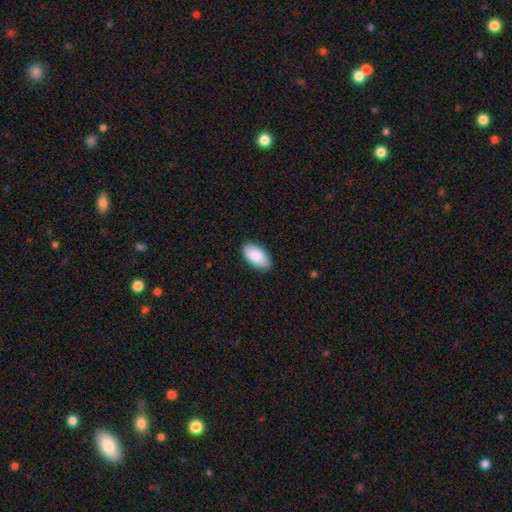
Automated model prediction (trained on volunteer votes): A smooth galaxy with no disk features (88%) that is in between round and cigar-shaped (96%). Merging: none (86%).